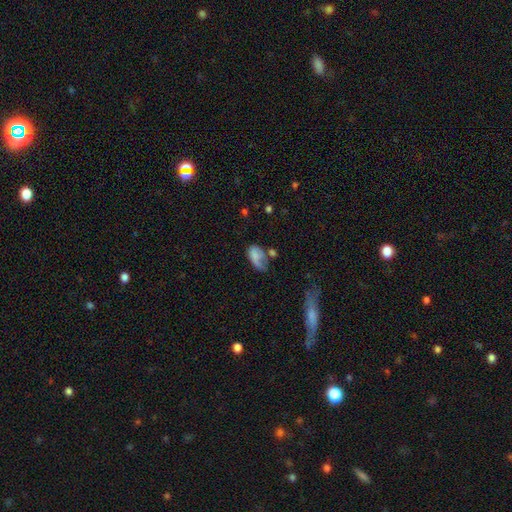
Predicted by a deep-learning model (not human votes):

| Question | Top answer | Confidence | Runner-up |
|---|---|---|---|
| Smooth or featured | smooth | 66% | featured or disk (23%) |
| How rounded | in between | 90% | round (7%) |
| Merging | major disturbance | 31% | minor disturbance (29%) |